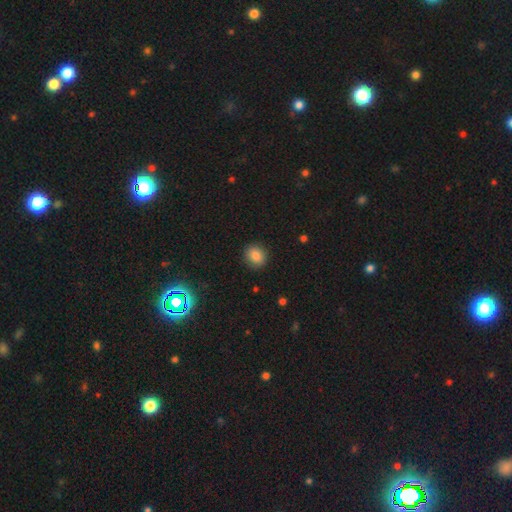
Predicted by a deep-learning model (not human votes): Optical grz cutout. It shows a smooth galaxy with no disk features (84%) that is round (73%). Merging: none (89%).